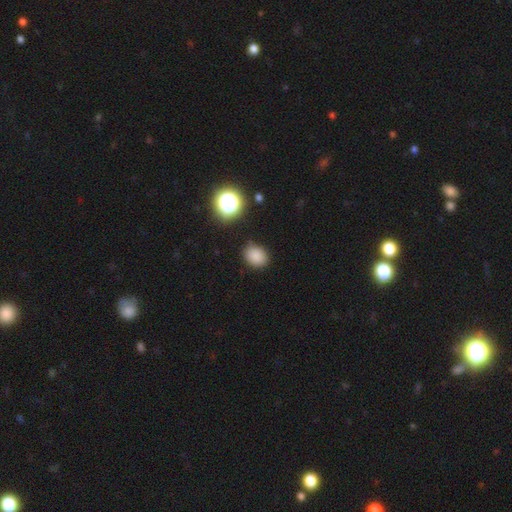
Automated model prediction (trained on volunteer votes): A smooth galaxy with no disk features (83%) that is round (52%). Merging: none (81%).